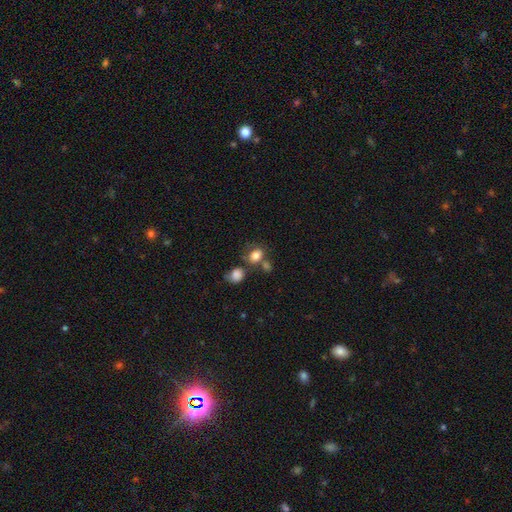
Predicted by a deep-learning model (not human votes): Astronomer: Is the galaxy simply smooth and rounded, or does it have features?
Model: smooth — 79%.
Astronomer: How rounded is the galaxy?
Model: in between — 50% (runner-up: round, 48%).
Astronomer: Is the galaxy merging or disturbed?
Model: none — 48% (runner-up: merger, 28%).